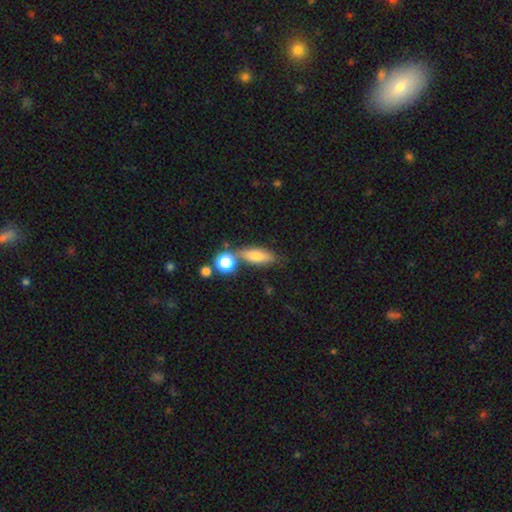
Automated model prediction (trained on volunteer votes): A smooth galaxy with no disk features (74%) that is in between round and cigar-shaped (64%). Merging: none (57%).